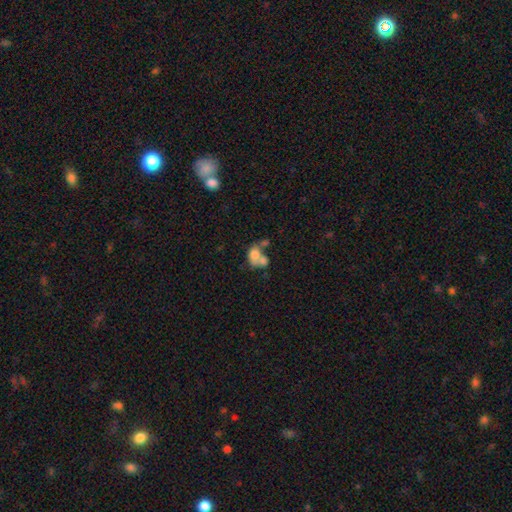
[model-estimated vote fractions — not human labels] The model was most divided on "how rounded": in between: 65%, round: 34%, cigar-shaped: 1%. More confident: smooth or featured — smooth (65%); merging — merger (61%).